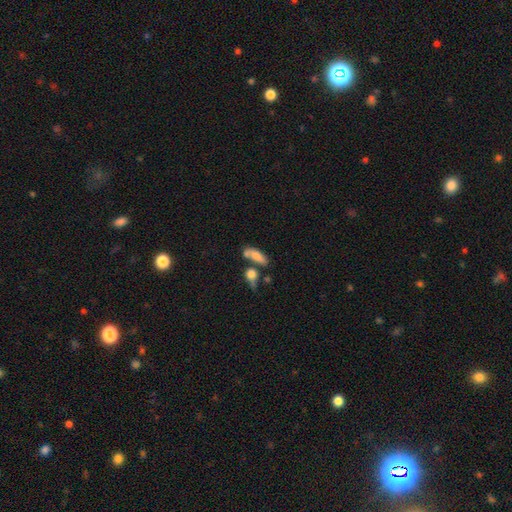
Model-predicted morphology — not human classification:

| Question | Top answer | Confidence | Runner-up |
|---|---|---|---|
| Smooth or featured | smooth | 73% | featured or disk (18%) |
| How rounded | in between | 62% | cigar-shaped (32%) |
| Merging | none | 48% | merger (28%) |